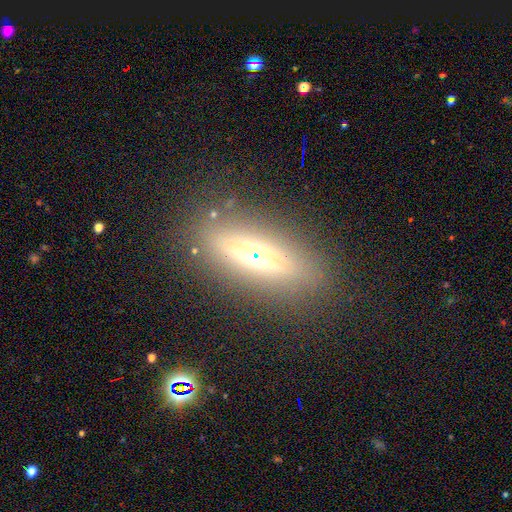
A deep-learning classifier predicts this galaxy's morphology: The model was most divided on "smooth or featured": featured or disk: 54%, smooth: 32%, star or artifact: 14%. More confident: merging — none (82%); edge-on disk — yes (82%).